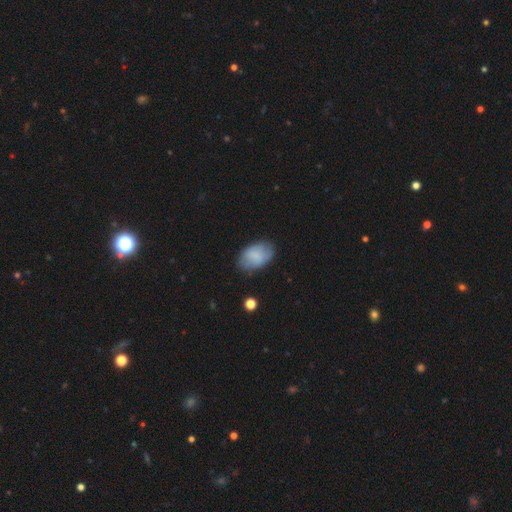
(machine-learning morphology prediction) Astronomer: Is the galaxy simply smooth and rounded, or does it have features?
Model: smooth — 77%.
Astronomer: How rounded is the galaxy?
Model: in between — 89%.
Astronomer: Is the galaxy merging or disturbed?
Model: none — 72%.